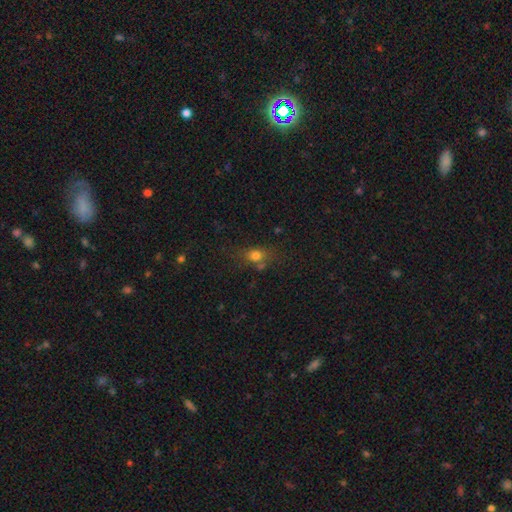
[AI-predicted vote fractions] A smooth galaxy with no disk features (74%) that is in between round and cigar-shaped (52%). Merging: none (60%).